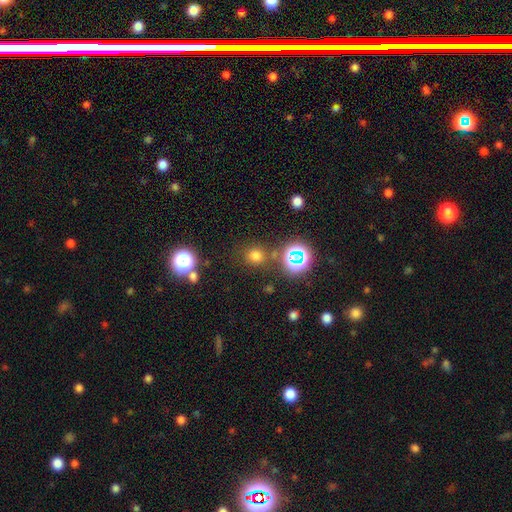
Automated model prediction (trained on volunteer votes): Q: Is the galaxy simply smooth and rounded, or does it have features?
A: smooth — 68%.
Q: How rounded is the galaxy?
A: round — 87%.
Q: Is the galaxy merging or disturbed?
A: none — 80%.